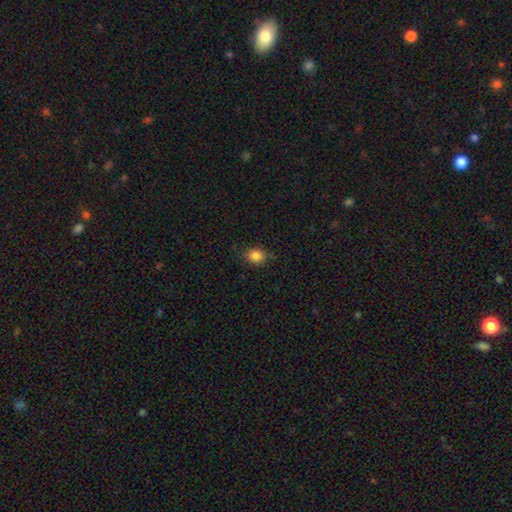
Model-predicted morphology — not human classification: Smooth or featured?
  - smooth: 85% *
  - star or artifact: 11%
  - featured or disk: 5%
How rounded?
  - round: 64% *
  - in between: 35%
  - cigar-shaped: 1%
Merging?
  - none: 81% *
  - minor disturbance: 14%
  - major disturbance: 3%
  - merger: 1%